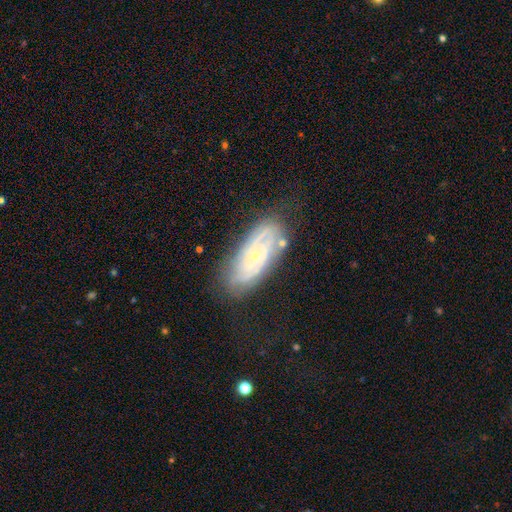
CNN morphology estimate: Smooth or featured: featured or disk — 73% (smooth — 19%)
Edge-on disk: no — 90% (yes — 10%)
Bar: no — 77% (weak — 19%)
Spiral arms: yes — 86% (no — 14%)
Spiral winding: tight — 68% (medium — 25%)
Spiral arm count: can't tell — 49% (2 — 21%)
Bulge size: small — 79% (moderate — 17%)
Merging: none — 73% (minor disturbance — 19%)